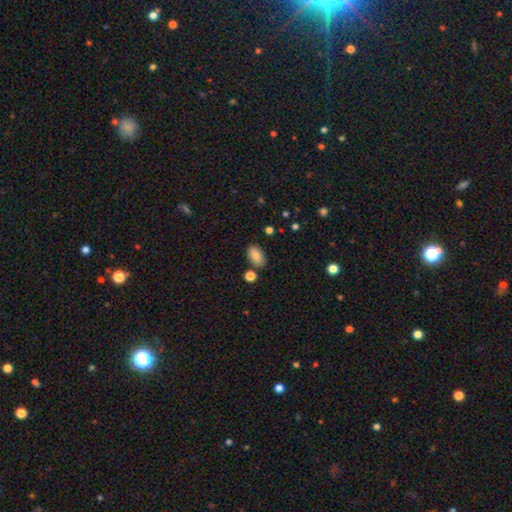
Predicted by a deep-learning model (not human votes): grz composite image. It shows a smooth galaxy with no disk features (85%) that is in between round and cigar-shaped (92%). Merging: none (80%).